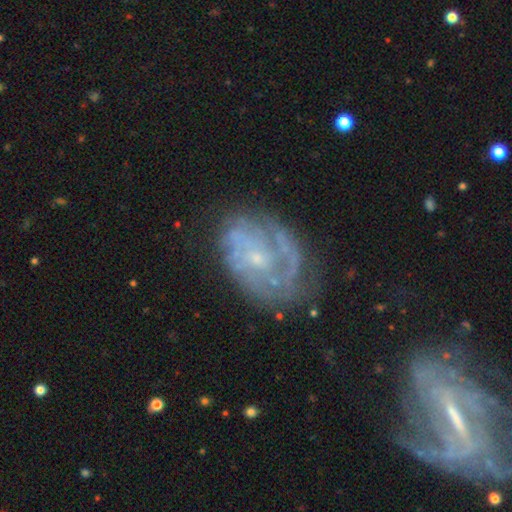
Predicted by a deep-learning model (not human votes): Smooth or featured: featured or disk — 79% (smooth — 13%)
Edge-on disk: no — 97% (yes — 3%)
Bar: no — 71% (weak — 25%)
Spiral arms: yes — 85% (no — 15%)
Spiral winding: tight — 52% (medium — 35%)
Spiral arm count: can't tell — 40% (2 — 25%)
Bulge size: small — 73% (moderate — 18%)
Merging: none — 64% (minor disturbance — 21%)